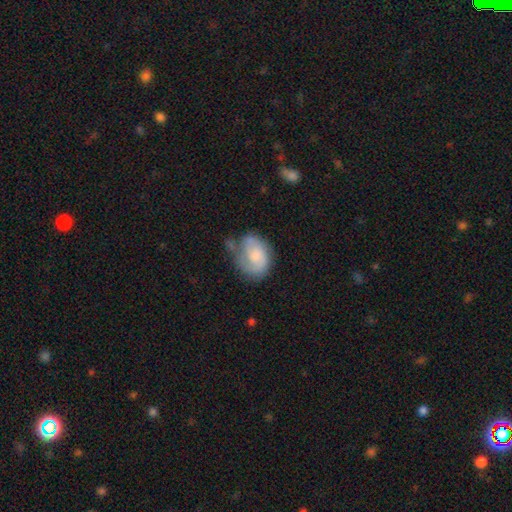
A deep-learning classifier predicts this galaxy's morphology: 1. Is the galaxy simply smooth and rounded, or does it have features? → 52% smooth, 40% featured or disk, 7% star or artifact.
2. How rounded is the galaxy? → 62% in between, 37% round, 1% cigar-shaped.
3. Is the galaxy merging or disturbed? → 42% none, 31% minor disturbance, 19% major disturbance, 9% merger.